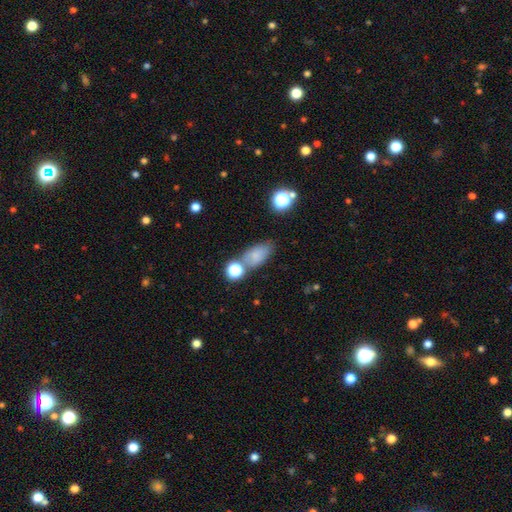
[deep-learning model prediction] smooth_or_featured: smooth (p=0.74) [alt: star or artifact p=0.14]
how_rounded: in between (p=0.84) [alt: round p=0.11]
merging: none (p=0.58) [alt: minor disturbance p=0.18]